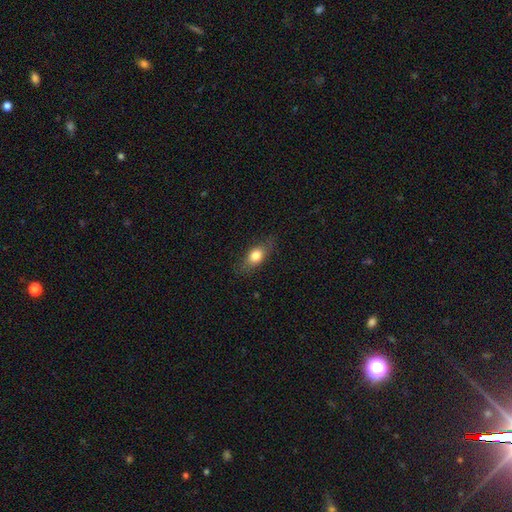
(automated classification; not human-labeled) smooth-or-featured: smooth: 74% | featured or disk: 18% | star or artifact: 8%
  how-rounded: in between: 73% | round: 14% | cigar-shaped: 13%
  merging: none: 79% | minor disturbance: 16% | major disturbance: 5% | merger: 1%